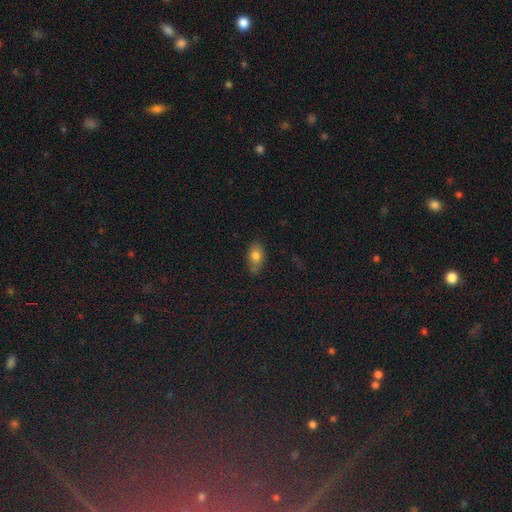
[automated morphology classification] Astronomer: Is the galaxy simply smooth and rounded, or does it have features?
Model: smooth — 78%.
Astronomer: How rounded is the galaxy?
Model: in between — 87%.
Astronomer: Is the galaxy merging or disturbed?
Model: none — 73%.